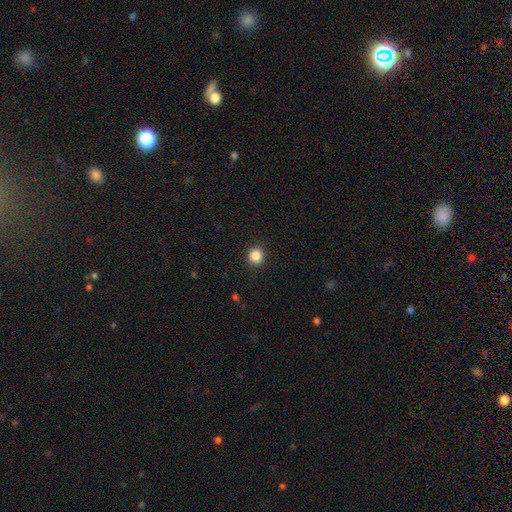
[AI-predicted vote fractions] Q: Smooth or featured?
A: smooth (86%); runner-up: star or artifact (11%)
Q: How rounded?
A: round (93%); runner-up: in between (6%)
Q: Merging?
A: none (91%); runner-up: minor disturbance (6%)